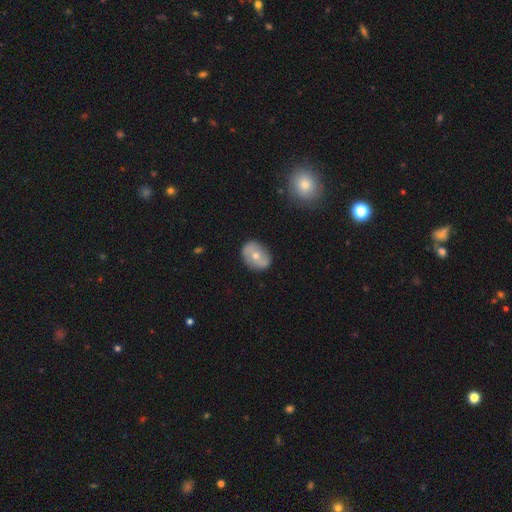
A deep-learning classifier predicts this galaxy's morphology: Overall: smooth (49%; featured or disk 44%). Merging: none (82%).